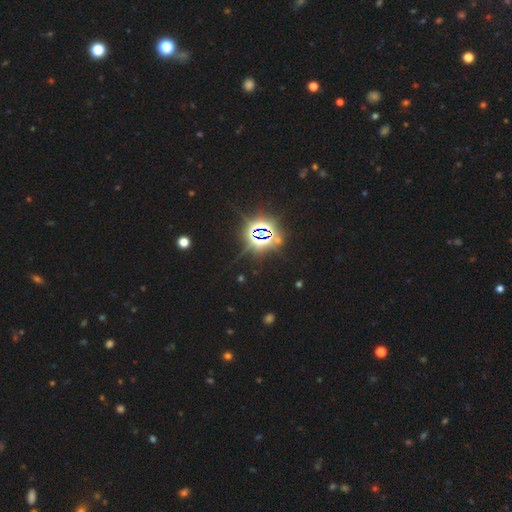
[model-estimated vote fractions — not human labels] star or artifact 81%, smooth 11%, featured or disk 8%.